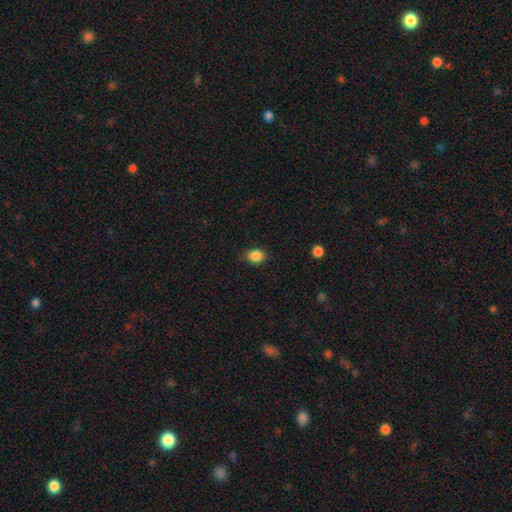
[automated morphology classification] smooth_or_featured: smooth (p=0.86) [alt: star or artifact p=0.10]
how_rounded: in between (p=0.52) [alt: round p=0.47]
merging: none (p=0.78) [alt: minor disturbance p=0.18]